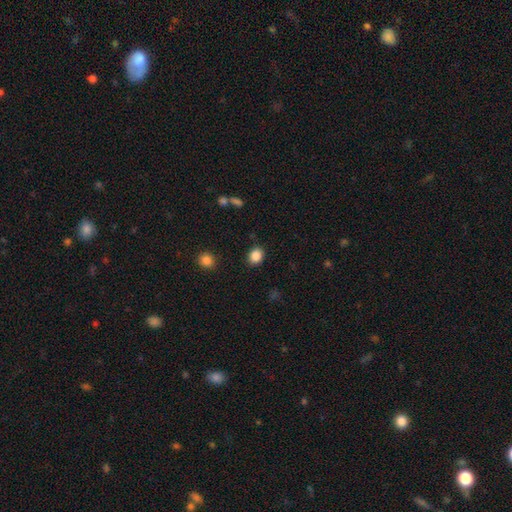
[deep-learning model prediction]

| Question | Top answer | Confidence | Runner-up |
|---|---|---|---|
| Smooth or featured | smooth | 86% | star or artifact (10%) |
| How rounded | round | 62% | in between (38%) |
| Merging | none | 87% | minor disturbance (9%) |